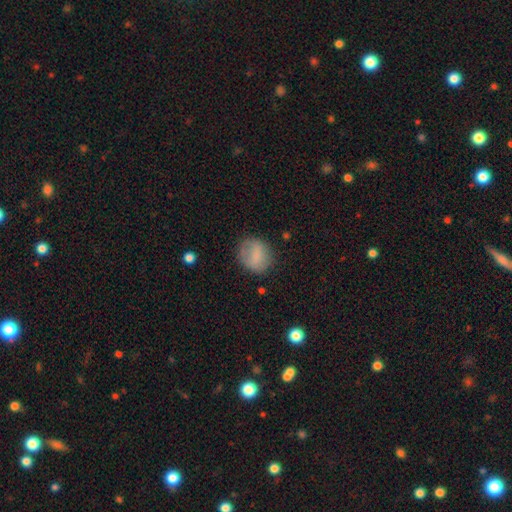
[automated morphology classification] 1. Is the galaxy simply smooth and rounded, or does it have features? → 78% smooth, 14% featured or disk, 8% star or artifact.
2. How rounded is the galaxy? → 62% round, 37% in between, 1% cigar-shaped.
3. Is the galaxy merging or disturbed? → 71% none, 19% minor disturbance, 8% major disturbance, 2% merger.